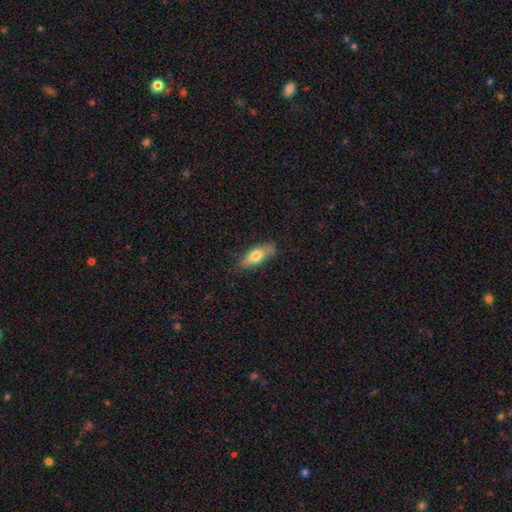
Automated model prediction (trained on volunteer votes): Q: Smooth or featured?
A: smooth (72%); runner-up: featured or disk (21%)
Q: How rounded?
A: in between (72%); runner-up: cigar-shaped (26%)
Q: Merging?
A: none (75%); runner-up: minor disturbance (19%)